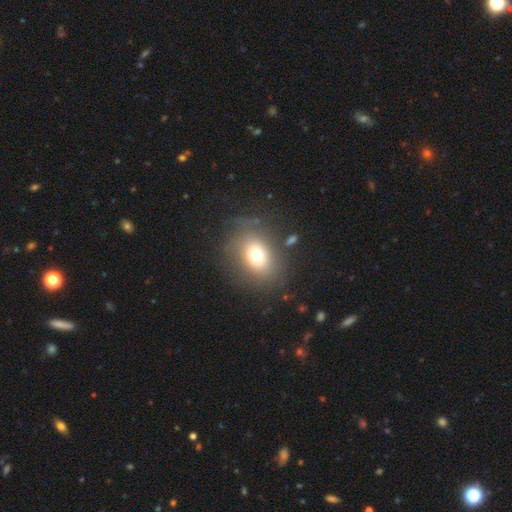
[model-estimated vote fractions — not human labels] A smooth galaxy with no disk features (70%) that is in between round and cigar-shaped (56%).

Vote fractions:
- Smooth or featured? smooth: 70% / featured or disk: 17% / star or artifact: 13%
- How rounded? in between: 56% / round: 43% / cigar-shaped: 1%
- Merging? none: 74% / minor disturbance: 14% / major disturbance: 9% / merger: 3%